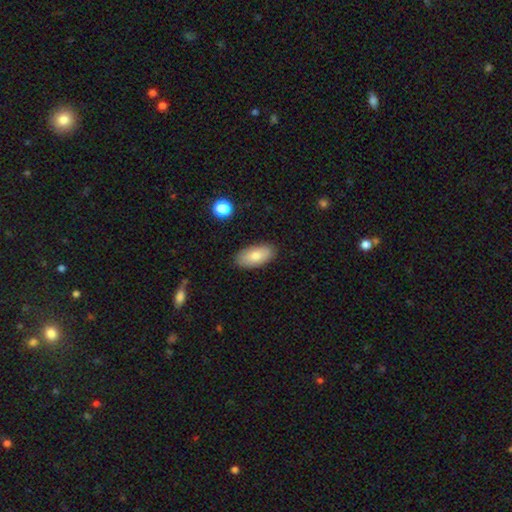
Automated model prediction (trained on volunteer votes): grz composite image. It shows a smooth galaxy with no disk features (80%) that is in between round and cigar-shaped (92%). Merging: none (87%).